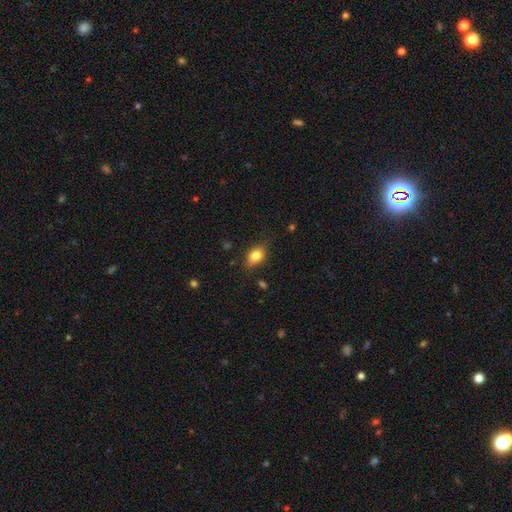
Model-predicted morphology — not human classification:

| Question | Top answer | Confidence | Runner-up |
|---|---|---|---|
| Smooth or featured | smooth | 81% | featured or disk (10%) |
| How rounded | in between | 78% | round (20%) |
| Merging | none | 79% | minor disturbance (16%) |